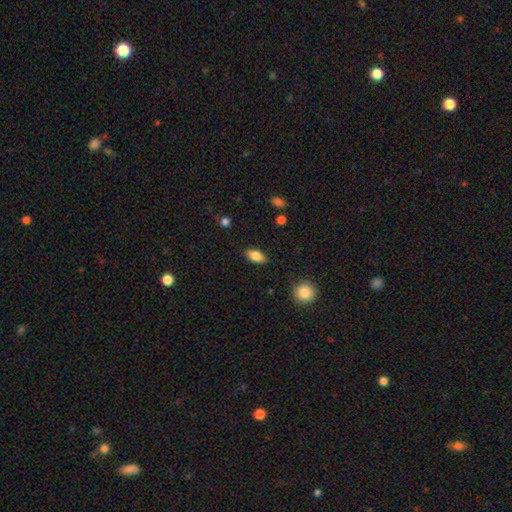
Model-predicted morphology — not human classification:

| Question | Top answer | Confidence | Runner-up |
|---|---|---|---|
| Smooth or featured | smooth | 82% | featured or disk (11%) |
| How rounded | in between | 89% | cigar-shaped (6%) |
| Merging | none | 85% | minor disturbance (11%) |